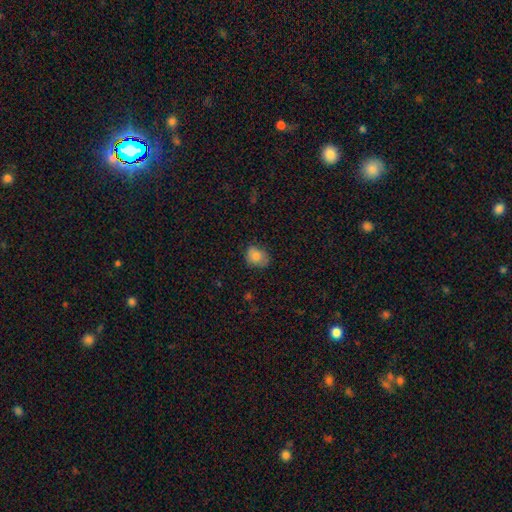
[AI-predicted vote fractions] A smooth galaxy with no disk features (81%) that is in between round and cigar-shaped (52%). Merging: none (71%).